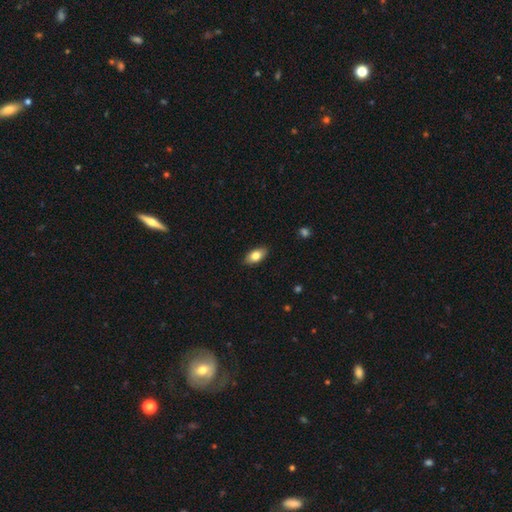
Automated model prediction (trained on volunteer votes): This appears to be a smooth galaxy with no disk features (80%) that is in between round and cigar-shaped (91%). Merging: none (88%).